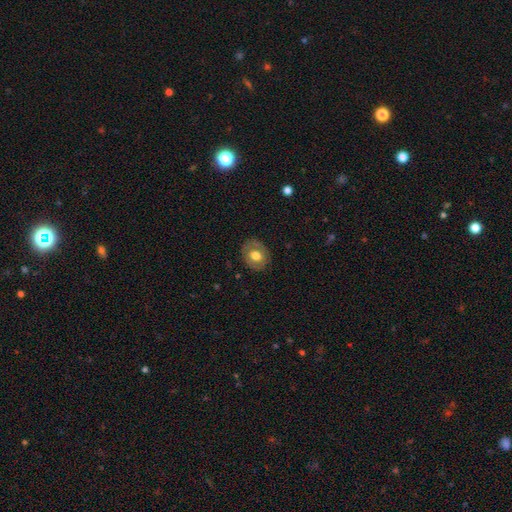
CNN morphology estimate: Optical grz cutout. It shows a smooth galaxy with no disk features (63%) that is round (53%). Merging: none (82%).